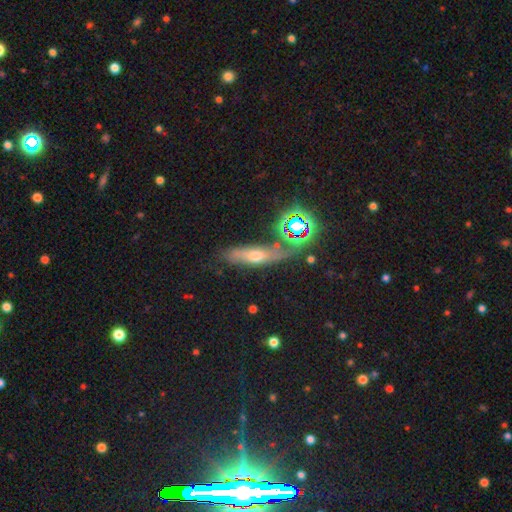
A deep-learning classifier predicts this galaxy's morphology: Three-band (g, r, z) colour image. It shows a smooth galaxy with no disk features (43%). Merging: none (64%).